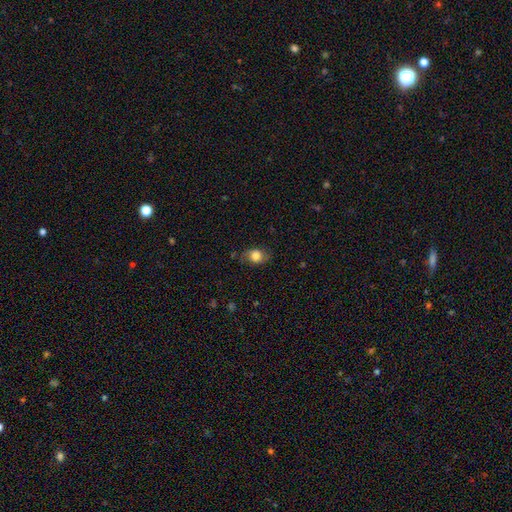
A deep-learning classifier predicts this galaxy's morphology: A smooth galaxy with no disk features (81%) that is in between round and cigar-shaped (58%). Merging: none (73%).